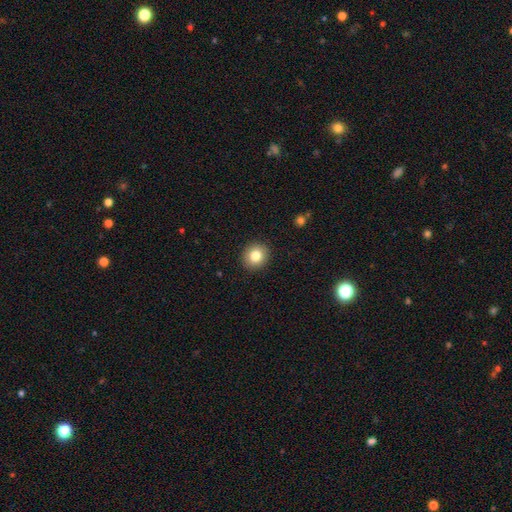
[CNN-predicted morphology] Q: Smooth or featured?
A: smooth (82%); runner-up: star or artifact (10%)
Q: How rounded?
A: round (82%); runner-up: in between (17%)
Q: Merging?
A: none (91%); runner-up: minor disturbance (6%)